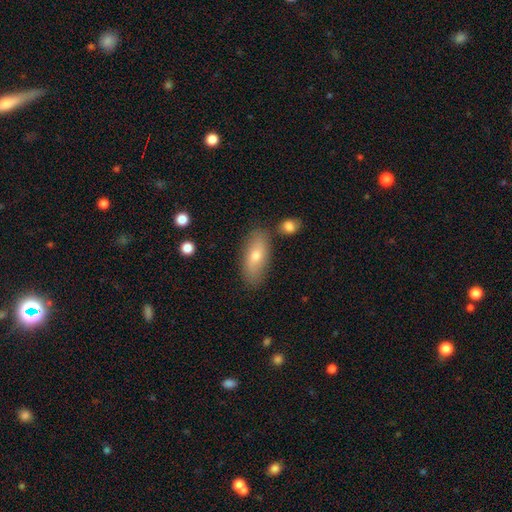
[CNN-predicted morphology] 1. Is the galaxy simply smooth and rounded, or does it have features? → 68% smooth, 25% featured or disk, 7% star or artifact.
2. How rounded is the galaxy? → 81% in between, 15% cigar-shaped, 4% round.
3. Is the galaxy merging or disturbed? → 80% none, 12% minor disturbance, 5% merger, 3% major disturbance.